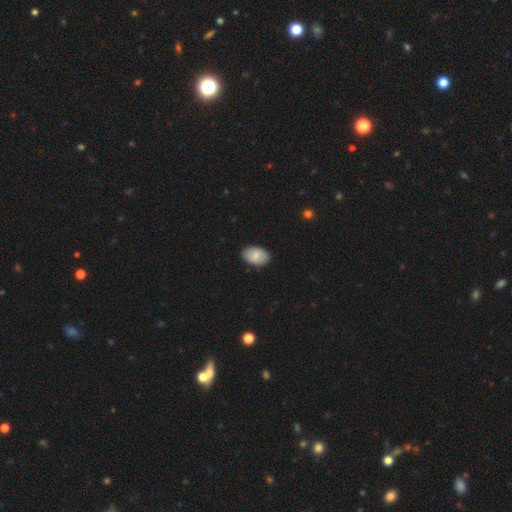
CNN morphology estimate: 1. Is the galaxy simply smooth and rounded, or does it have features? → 78% smooth, 16% featured or disk, 6% star or artifact.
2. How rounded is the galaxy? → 92% in between, 7% round, 1% cigar-shaped.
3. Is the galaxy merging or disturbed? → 87% none, 10% minor disturbance, 2% major disturbance, 1% merger.